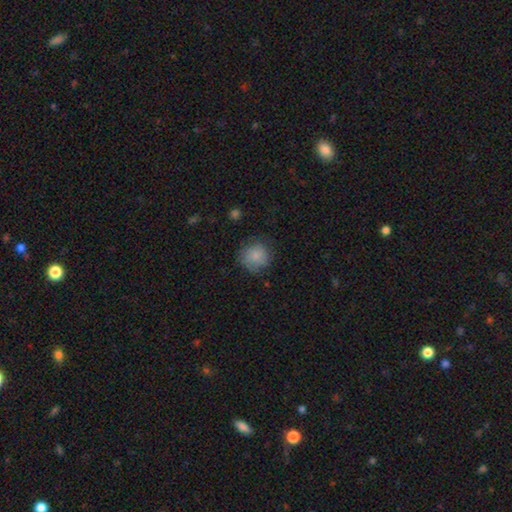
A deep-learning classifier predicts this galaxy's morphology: Smooth or featured? smooth (78%)
How rounded? round (91%)
Merging? none (74%)